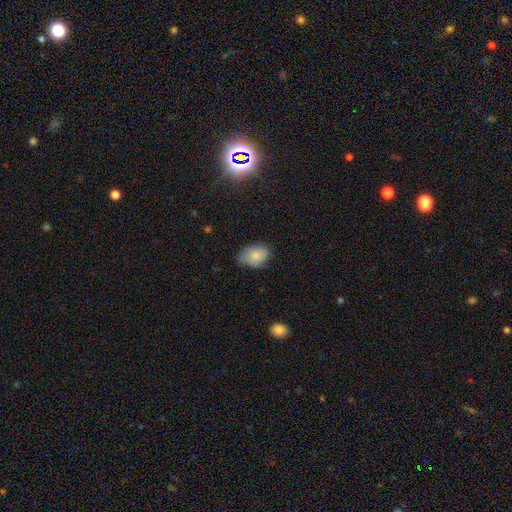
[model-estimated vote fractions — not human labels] A smooth galaxy with no disk features (82%) that is in between round and cigar-shaped (80%).

Vote fractions:
- Smooth or featured? smooth: 82% / featured or disk: 10% / star or artifact: 8%
- How rounded? in between: 80% / round: 19% / cigar-shaped: 1%
- Merging? none: 59% / minor disturbance: 33% / major disturbance: 6% / merger: 1%